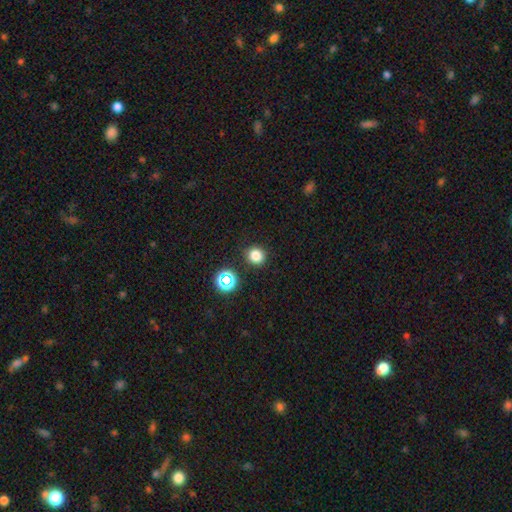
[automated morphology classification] Smooth or featured? smooth (79%)
How rounded? round (86%)
Merging? none (89%)